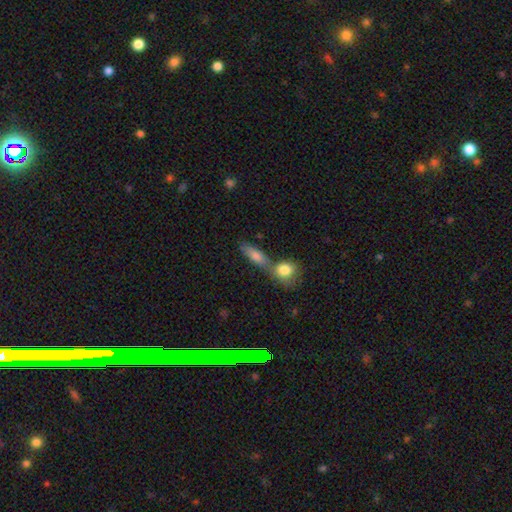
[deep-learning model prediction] Smooth or featured?
  - smooth: 77% *
  - featured or disk: 15%
  - star or artifact: 8%
How rounded?
  - in between: 56% *
  - cigar-shaped: 34%
  - round: 10%
Merging?
  - merger: 48% *
  - none: 40%
  - minor disturbance: 8%
  - major disturbance: 3%